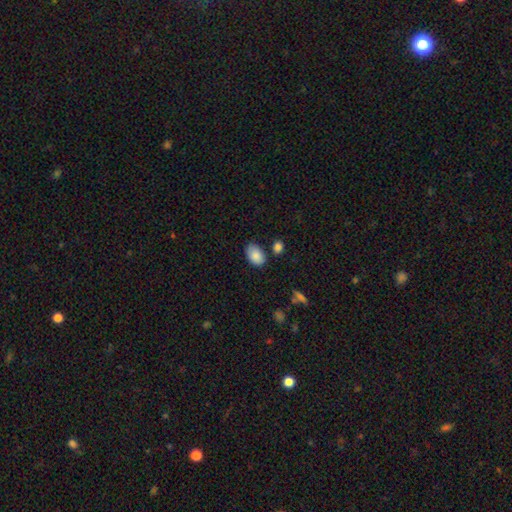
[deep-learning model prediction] Morphology: type=smooth (87%); roundness=in between (87%); merging=none (70%).